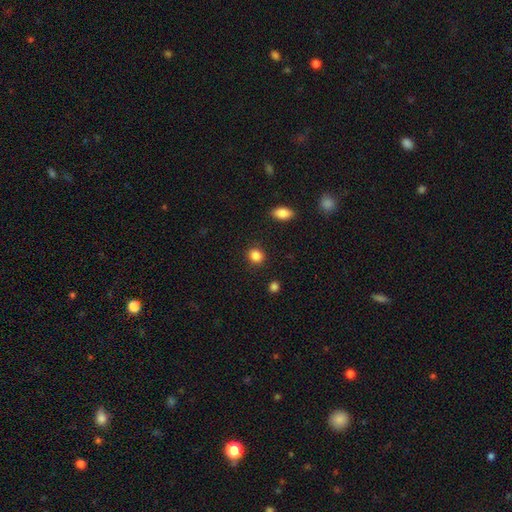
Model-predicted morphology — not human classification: A smooth galaxy with no disk features (86%) that is round (77%).

Vote fractions:
- Smooth or featured? smooth: 86% / star or artifact: 10% / featured or disk: 4%
- How rounded? round: 77% / in between: 22% / cigar-shaped: 1%
- Merging? none: 89% / minor disturbance: 7% / major disturbance: 2% / merger: 2%